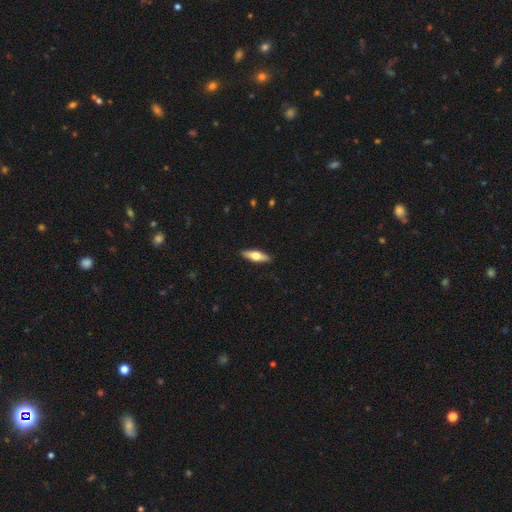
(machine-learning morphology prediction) smooth 48%, featured or disk 46%, star or artifact 6%. Down the decision tree: merging — none (90%).